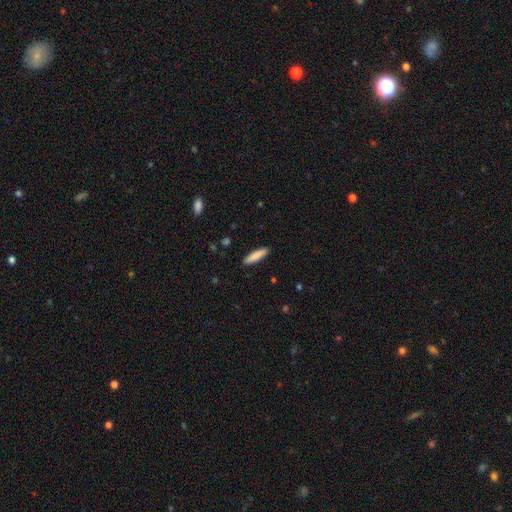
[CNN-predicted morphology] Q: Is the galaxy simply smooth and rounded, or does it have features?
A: smooth — 85%.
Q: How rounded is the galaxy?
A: cigar-shaped — 78%.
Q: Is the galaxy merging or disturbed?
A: none — 90%.